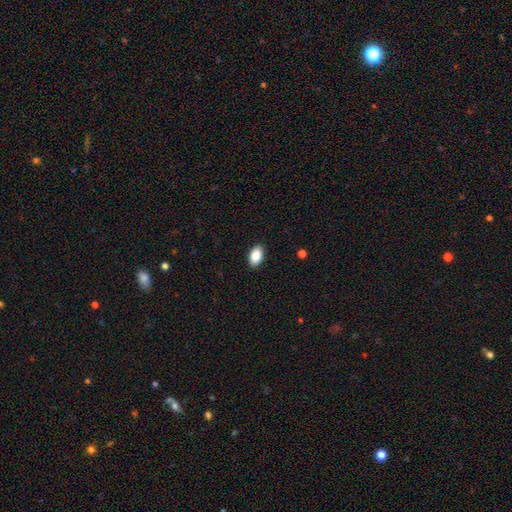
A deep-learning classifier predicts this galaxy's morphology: This is clearly a smooth galaxy (88%). How rounded: clearly in between (93%). Merging: clearly none (89%).